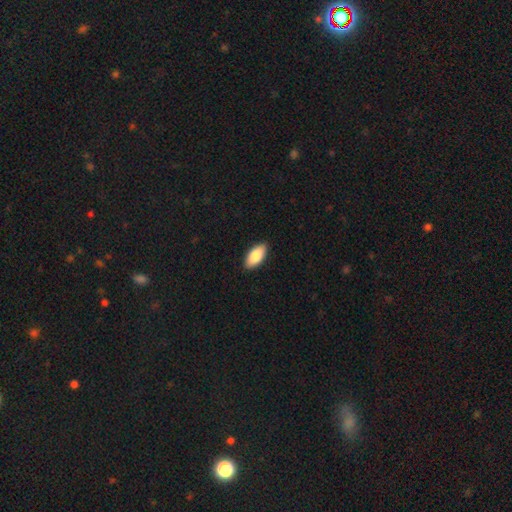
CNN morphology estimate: smooth_or_featured: smooth (p=0.85) [alt: featured or disk p=0.10]
how_rounded: in between (p=0.92) [alt: cigar-shaped p=0.06]
merging: none (p=0.90) [alt: minor disturbance p=0.07]